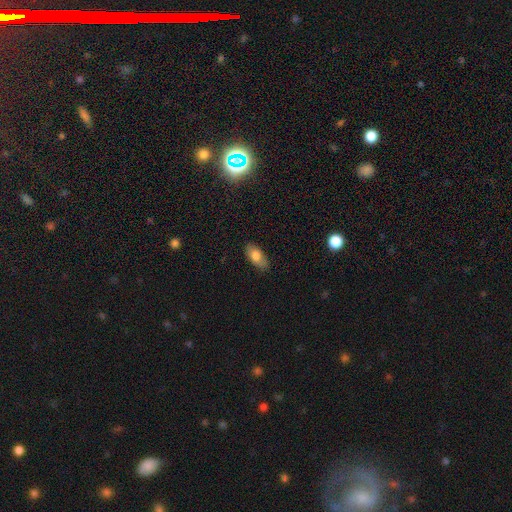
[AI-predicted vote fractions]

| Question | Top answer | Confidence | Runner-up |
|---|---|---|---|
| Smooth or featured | smooth | 75% | featured or disk (17%) |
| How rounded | in between | 90% | cigar-shaped (5%) |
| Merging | none | 81% | minor disturbance (15%) |